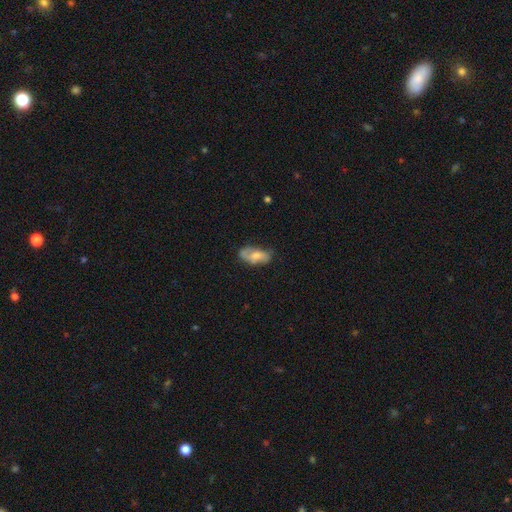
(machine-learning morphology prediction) smooth-or-featured: smooth: 49% | featured or disk: 44% | star or artifact: 7%
  merging: none: 61% | minor disturbance: 27% | major disturbance: 10% | merger: 2%